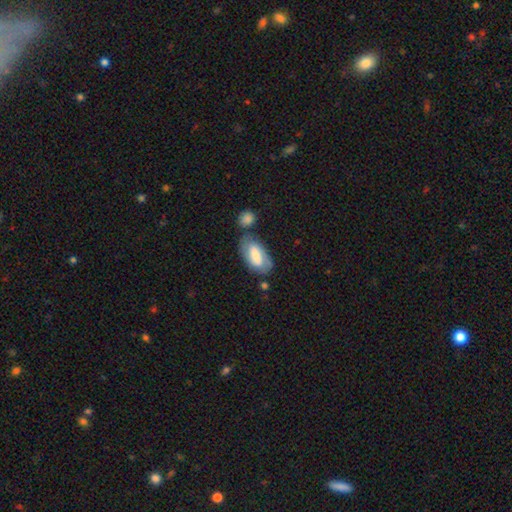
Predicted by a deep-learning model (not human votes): smooth-or-featured: smooth: 55% | featured or disk: 39% | star or artifact: 6%
  how-rounded: in between: 90% | cigar-shaped: 7% | round: 3%
  merging: none: 58% | minor disturbance: 19% | merger: 16% | major disturbance: 7%